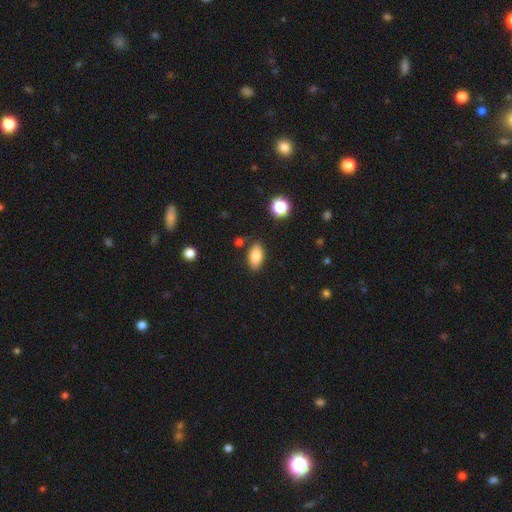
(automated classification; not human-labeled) The model was most divided on "merging": none: 83%, minor disturbance: 11%, merger: 3%, major disturbance: 3%. More confident: how rounded — in between (90%); smooth or featured — smooth (83%).